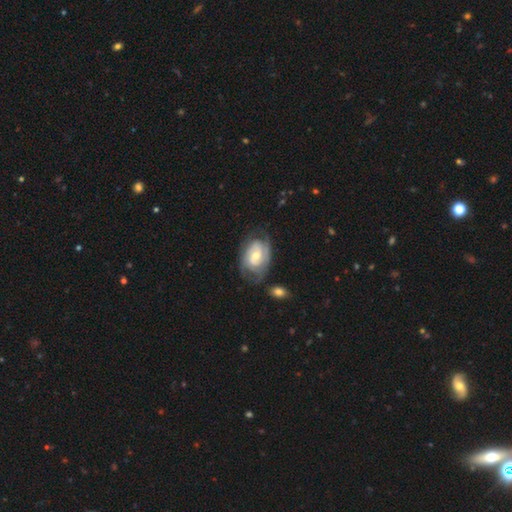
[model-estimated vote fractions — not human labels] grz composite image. It shows a featured or disk galaxy (73%) with no bar (56%), 2 (41%) tight (57%) spiral arms (85%) and a moderate central bulge (56%). Merging: none (58%).